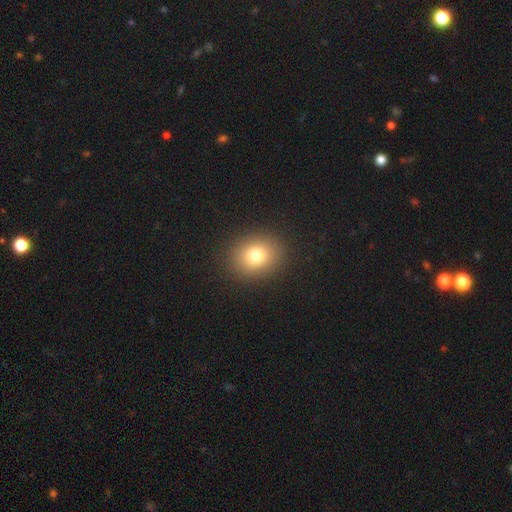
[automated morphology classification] Overall: smooth (78%). How rounded: round (59%; in between 40%). Merging: none (90%).